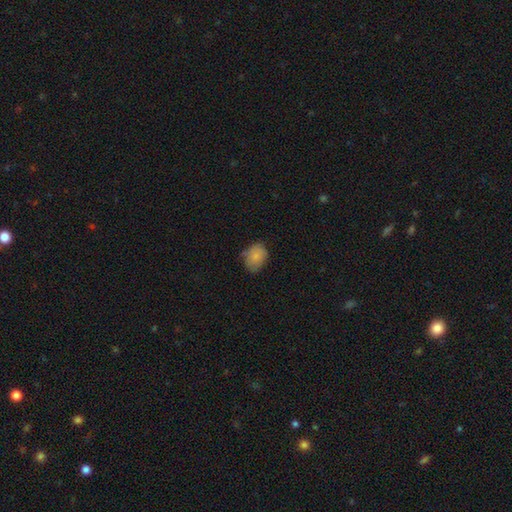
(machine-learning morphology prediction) Smooth or featured? Predicted: smooth (p=0.79). How rounded? Predicted: in between (p=0.65). Merging? Predicted: none (p=0.60).